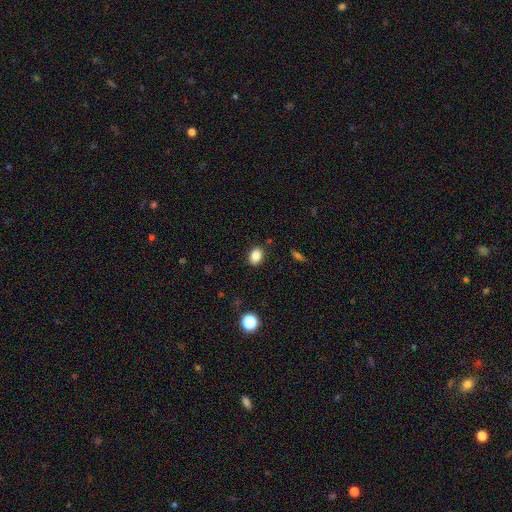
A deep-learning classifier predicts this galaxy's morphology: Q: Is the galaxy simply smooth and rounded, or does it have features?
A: smooth — 86%.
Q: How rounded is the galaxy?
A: in between — 74%.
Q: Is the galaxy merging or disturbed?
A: none — 85%.